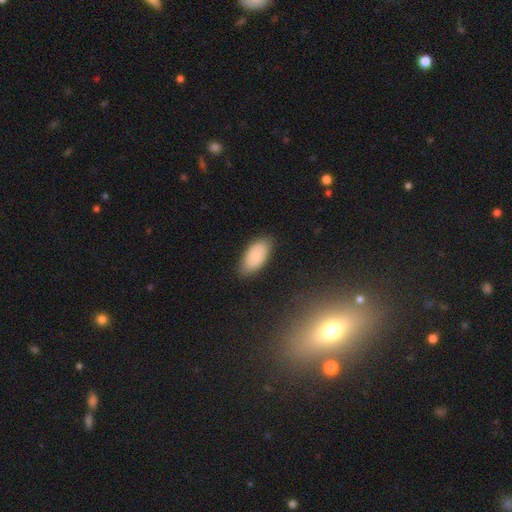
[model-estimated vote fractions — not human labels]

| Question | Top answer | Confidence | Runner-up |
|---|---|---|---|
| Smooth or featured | smooth | 79% | featured or disk (13%) |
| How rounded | in between | 94% | cigar-shaped (4%) |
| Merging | none | 81% | minor disturbance (15%) |